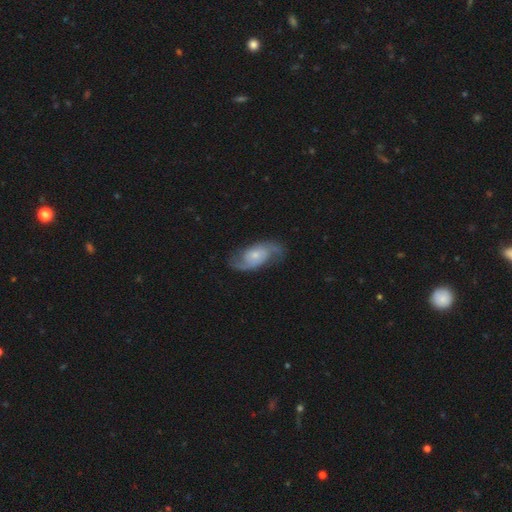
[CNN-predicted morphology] A featured or disk galaxy (82%) with no bar (64%), 2 (90%) medium (47%) spiral arms (96%) and a small central bulge (57%). Merging: none (76%).